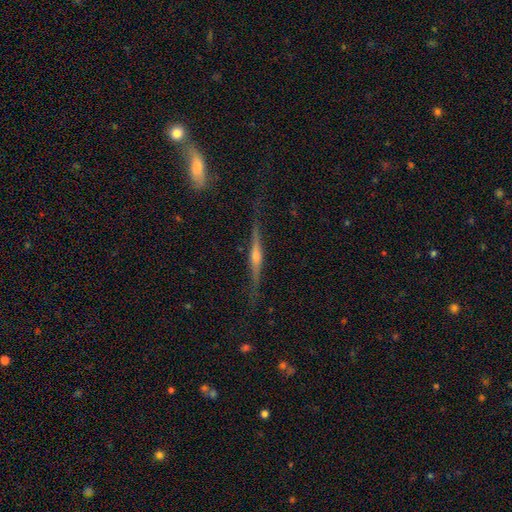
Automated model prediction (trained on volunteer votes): Smooth or featured?
  - featured or disk: 80% *
  - smooth: 13%
  - star or artifact: 7%
Edge-on disk?
  - yes: 97% *
  - no: 3%
Edge-on bulge?
  - rounded: 81% *
  - boxy: 10%
  - none: 9%
Merging?
  - none: 83% *
  - minor disturbance: 12%
  - major disturbance: 3%
  - merger: 2%